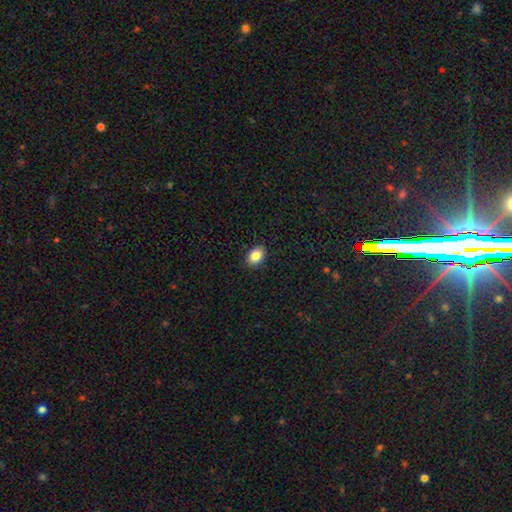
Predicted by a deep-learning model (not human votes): This appears to be a smooth galaxy with no disk features (84%) that is in between round and cigar-shaped (74%). Merging: none (90%).